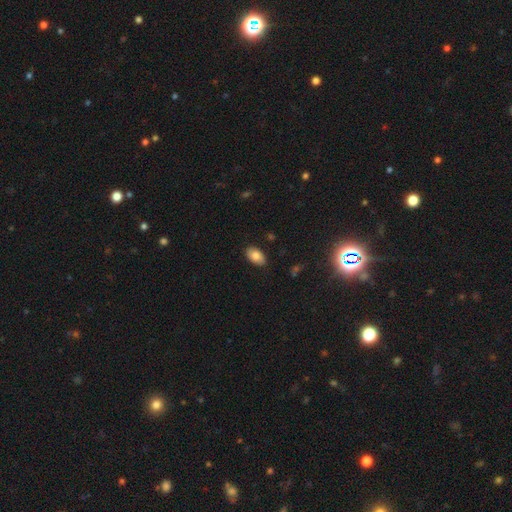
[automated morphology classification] This appears to be a smooth galaxy with no disk features (80%) that is in between round and cigar-shaped (93%). Merging: none (85%).